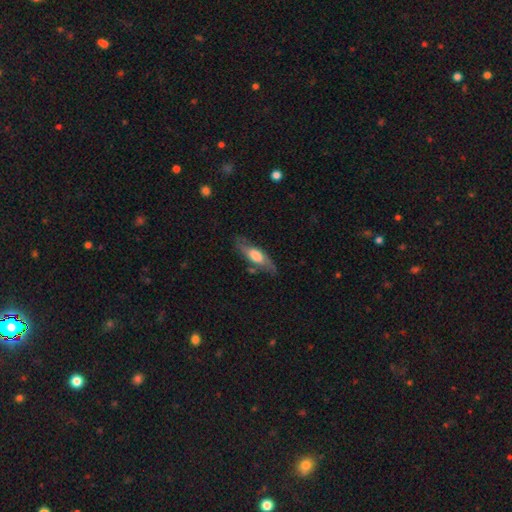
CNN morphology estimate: Overall: smooth (49%; featured or disk 45%). Merging: none (71%).